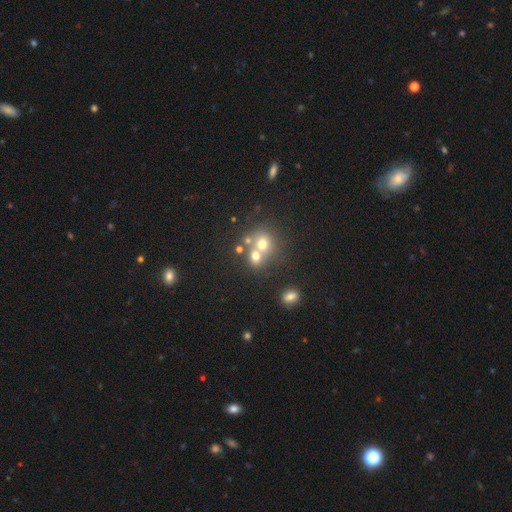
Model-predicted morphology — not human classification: Q: Smooth or featured?
A: smooth (66%); runner-up: featured or disk (17%)
Q: How rounded?
A: round (74%); runner-up: in between (25%)
Q: Merging?
A: merger (52%); runner-up: none (37%)